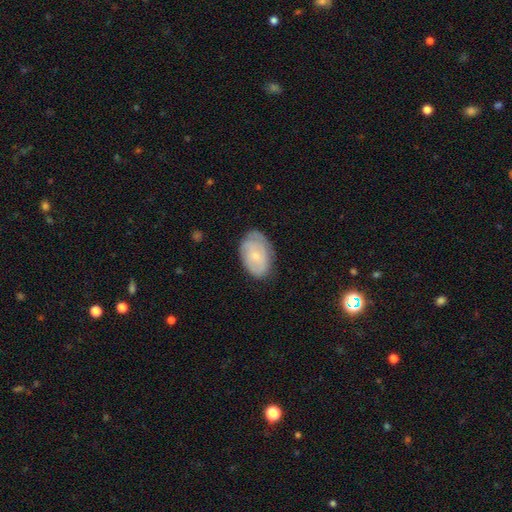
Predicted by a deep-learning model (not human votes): Smooth or featured?
  - smooth: 52% *
  - featured or disk: 41%
  - star or artifact: 7%
How rounded?
  - in between: 88% *
  - round: 11%
  - cigar-shaped: 1%
Merging?
  - none: 72% *
  - minor disturbance: 21%
  - major disturbance: 5%
  - merger: 1%